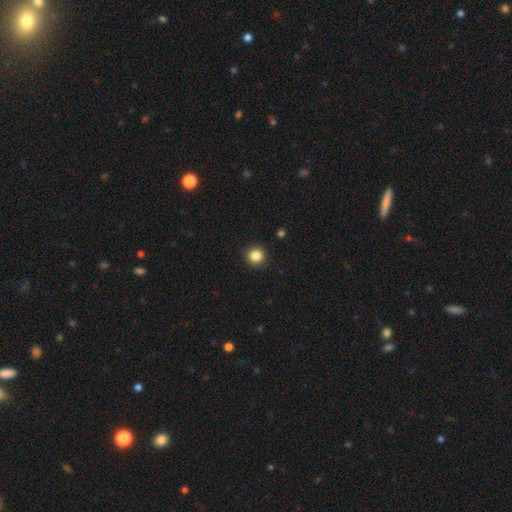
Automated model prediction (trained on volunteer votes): smooth_or_featured: smooth (p=0.84) [alt: star or artifact p=0.11]
how_rounded: round (p=0.94) [alt: in between p=0.05]
merging: none (p=0.92) [alt: minor disturbance p=0.05]